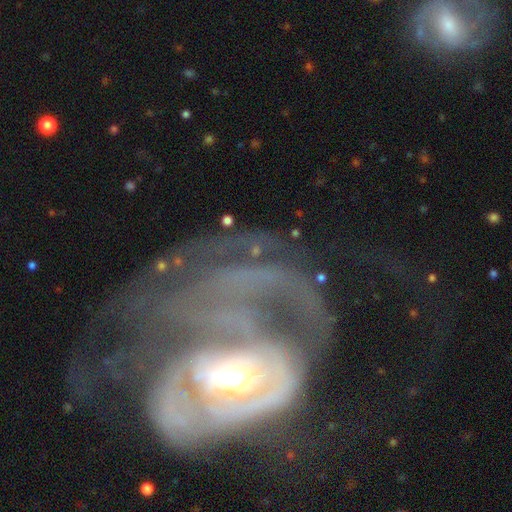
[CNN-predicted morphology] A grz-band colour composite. It shows a featured or disk galaxy (80%) with no bar (48%), tight (37%) spiral arms (70%) and a moderate central bulge (62%). Merging: major disturbance (53%).